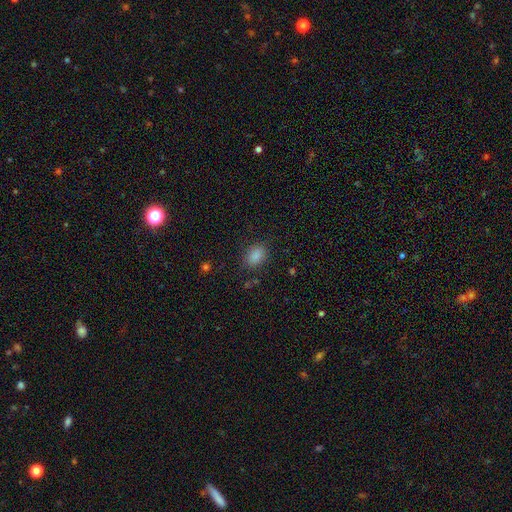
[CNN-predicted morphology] smooth_or_featured: smooth (p=0.85) [alt: star or artifact p=0.10]
how_rounded: in between (p=0.75) [alt: round p=0.24]
merging: none (p=0.84) [alt: minor disturbance p=0.11]